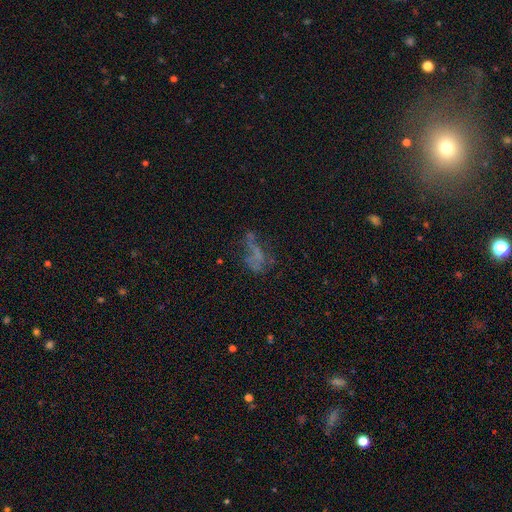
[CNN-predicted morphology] Overall: featured or disk (43%; smooth 30%). Merging: major disturbance (36%, tied with none).